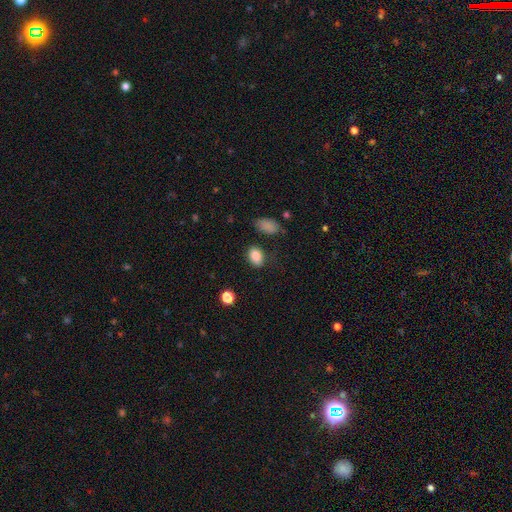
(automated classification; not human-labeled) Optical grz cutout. It shows a smooth galaxy with no disk features (84%) that is in between round and cigar-shaped (79%). Merging: none (78%).